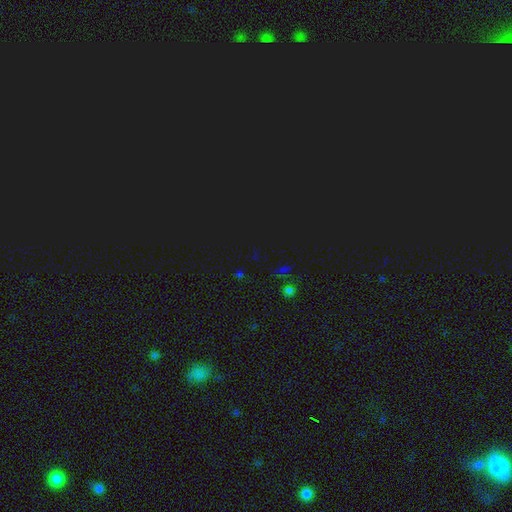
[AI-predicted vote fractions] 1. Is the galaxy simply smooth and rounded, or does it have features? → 73% star or artifact, 21% smooth, 7% featured or disk.